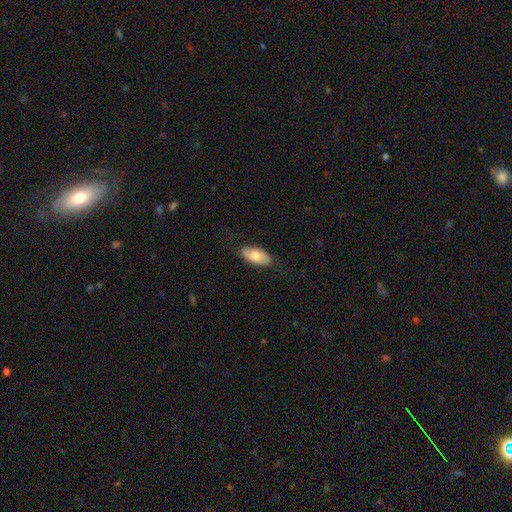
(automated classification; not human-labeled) smooth-or-featured: smooth: 69% | featured or disk: 26% | star or artifact: 6%
  how-rounded: in between: 91% | cigar-shaped: 7% | round: 3%
  merging: none: 82% | minor disturbance: 14% | major disturbance: 3% | merger: 1%